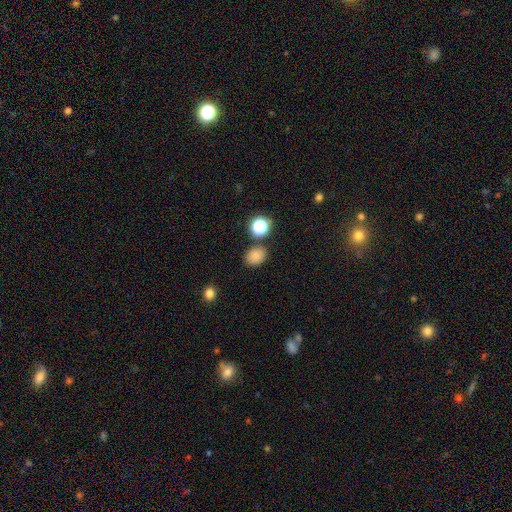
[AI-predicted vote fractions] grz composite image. It shows a smooth galaxy with no disk features (81%) that is in between round and cigar-shaped (50%). Merging: none (80%).